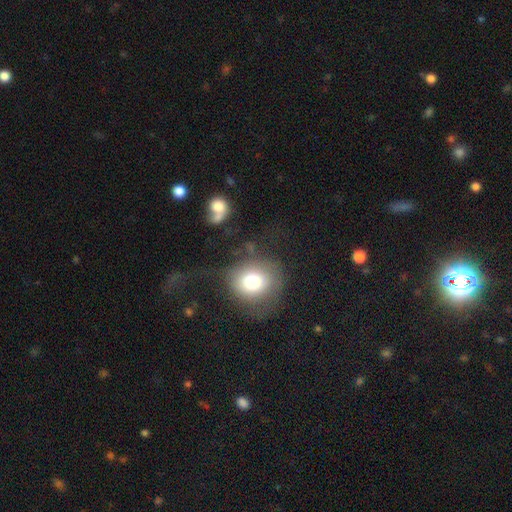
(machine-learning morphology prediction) This appears to be a smooth galaxy with no disk features (63%) that is round (83%). Merging: none (59%).